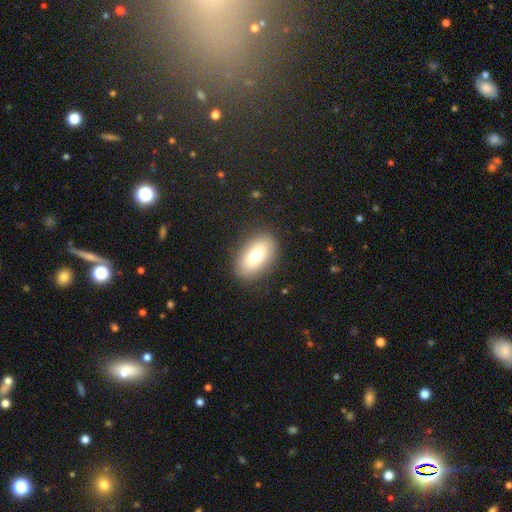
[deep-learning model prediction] smooth_or_featured: smooth (p=0.76) [alt: featured or disk p=0.16]
how_rounded: in between (p=0.90) [alt: round p=0.07]
merging: none (p=0.87) [alt: minor disturbance p=0.09]